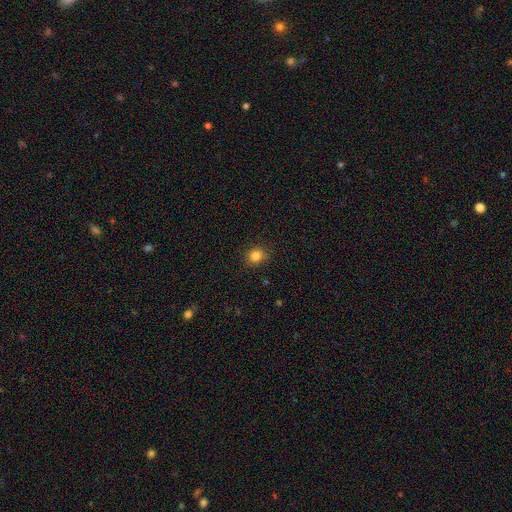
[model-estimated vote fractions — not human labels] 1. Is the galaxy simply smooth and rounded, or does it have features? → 84% smooth, 12% star or artifact, 4% featured or disk.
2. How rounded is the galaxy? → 82% round, 17% in between, 1% cigar-shaped.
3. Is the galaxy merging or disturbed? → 88% none, 9% minor disturbance, 3% major disturbance, 1% merger.